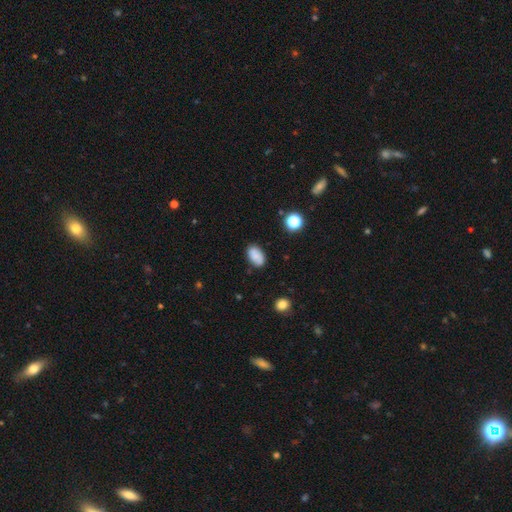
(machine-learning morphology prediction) This is clearly a smooth galaxy (83%). How rounded: clearly in between (91%). Merging: likely none (79%).